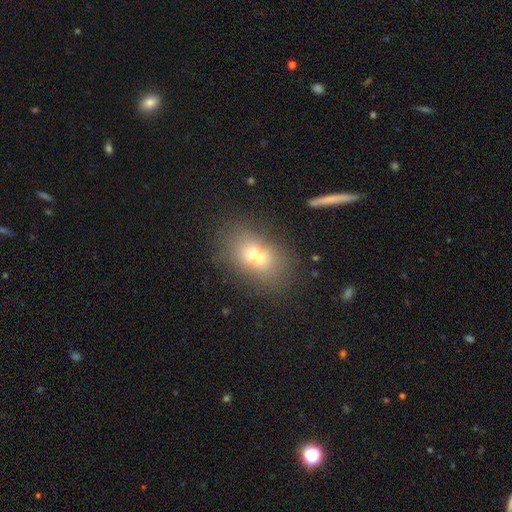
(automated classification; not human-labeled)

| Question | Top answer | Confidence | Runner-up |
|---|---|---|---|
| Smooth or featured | smooth | 68% | featured or disk (17%) |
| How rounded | in between | 77% | round (20%) |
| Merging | none | 67% | minor disturbance (16%) |